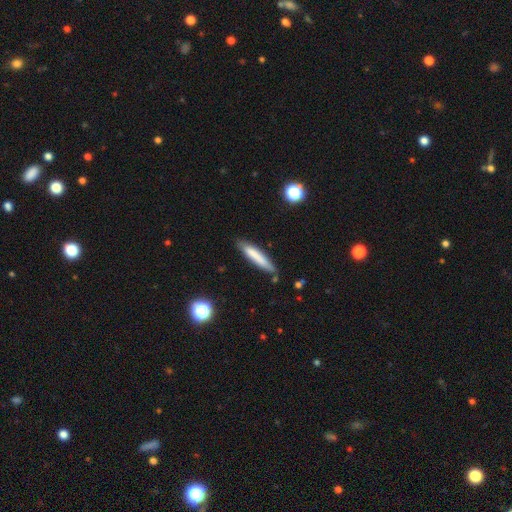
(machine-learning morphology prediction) Overall: smooth (74%). How rounded: cigar-shaped (89%). Merging: none (80%).